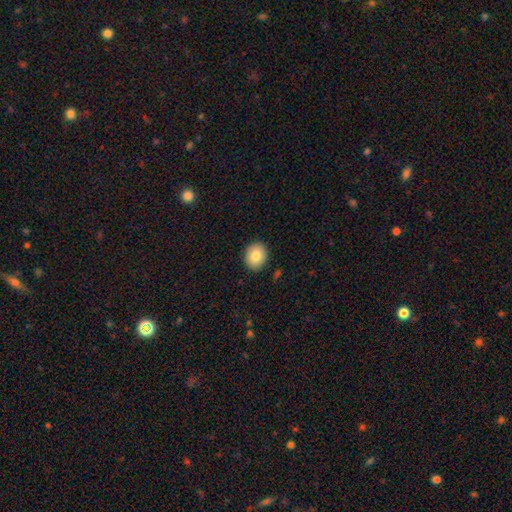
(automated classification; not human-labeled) Q: Smooth or featured?
A: smooth (84%); runner-up: featured or disk (8%)
Q: How rounded?
A: round (66%); runner-up: in between (33%)
Q: Merging?
A: none (90%); runner-up: minor disturbance (7%)